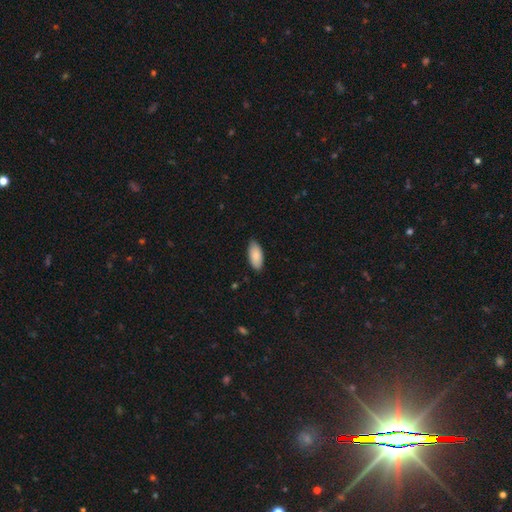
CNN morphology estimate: This appears to be a smooth galaxy with no disk features (88%) that is in between round and cigar-shaped (91%). Merging: none (83%).